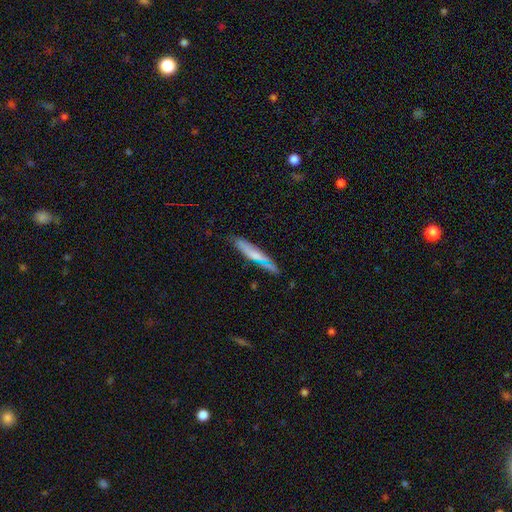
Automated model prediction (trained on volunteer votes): The model was most divided on "smooth or featured": smooth: 56%, featured or disk: 38%, star or artifact: 7%. More confident: how rounded — cigar-shaped (90%); merging — none (71%).